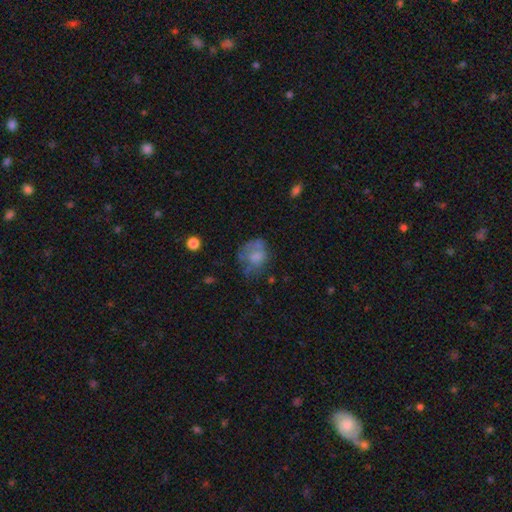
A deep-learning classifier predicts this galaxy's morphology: Overall: smooth (59%; featured or disk 29%). How rounded: round (52%; in between 46%). Merging: none (40%; minor disturbance 26%).